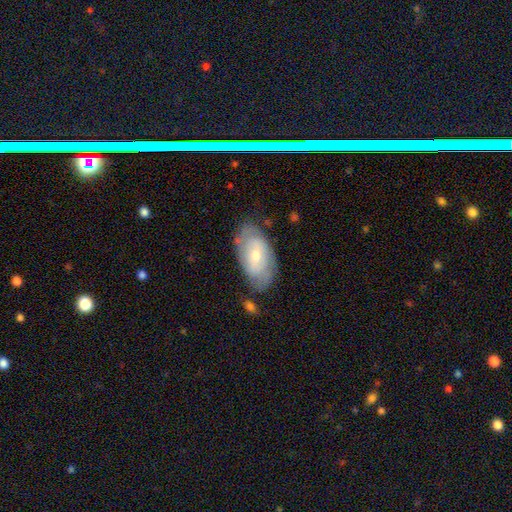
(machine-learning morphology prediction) This appears to be a featured or disk galaxy (52%). Merging: none (73%).